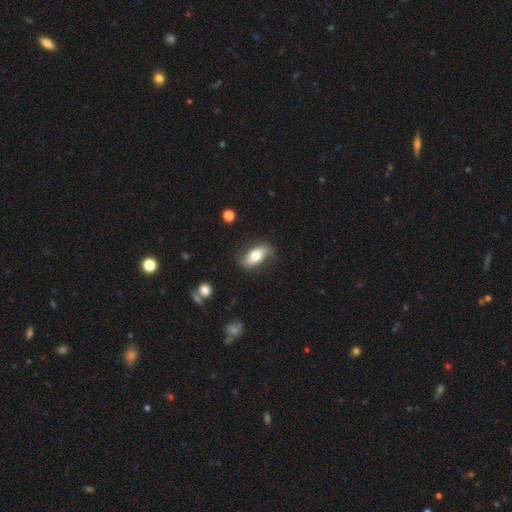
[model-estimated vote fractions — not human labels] smooth_or_featured: smooth (p=0.65) [alt: featured or disk p=0.28]
how_rounded: in between (p=0.86) [alt: cigar-shaped p=0.09]
merging: none (p=0.77) [alt: minor disturbance p=0.17]